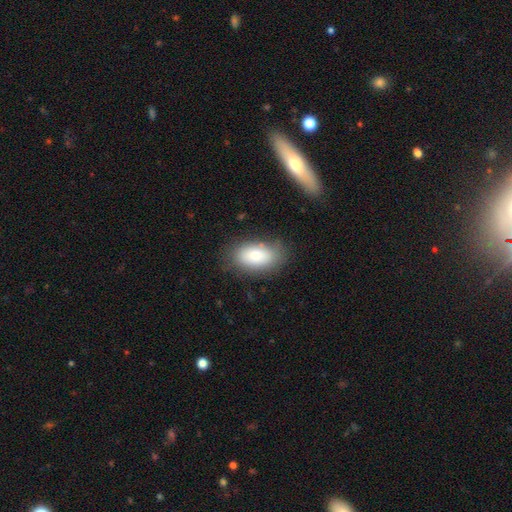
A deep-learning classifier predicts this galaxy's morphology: smooth 80%, featured or disk 12%, star or artifact 8%. Down the decision tree: how rounded — in between (92%); merging — none (77%).